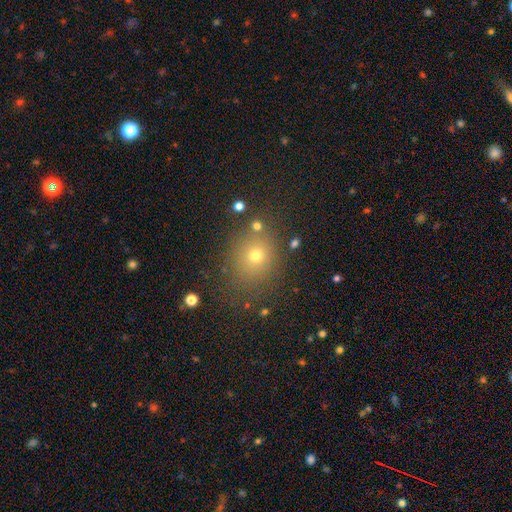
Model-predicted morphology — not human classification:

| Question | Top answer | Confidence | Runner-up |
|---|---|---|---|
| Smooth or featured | smooth | 64% | star or artifact (26%) |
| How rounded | round | 70% | in between (29%) |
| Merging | none | 81% | minor disturbance (10%) |